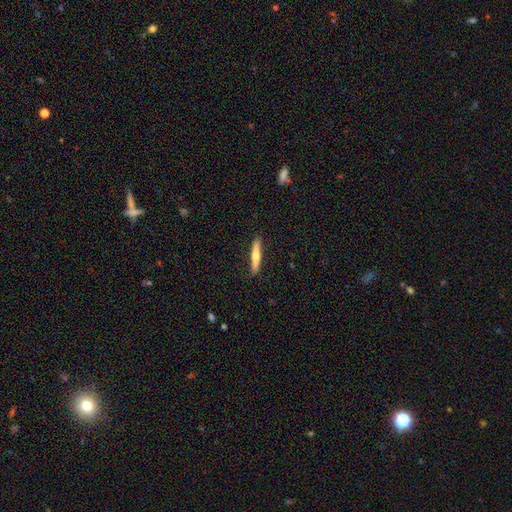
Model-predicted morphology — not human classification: Q: Smooth or featured?
A: smooth (54%); runner-up: featured or disk (41%)
Q: How rounded?
A: cigar-shaped (92%); runner-up: in between (6%)
Q: Merging?
A: none (89%); runner-up: minor disturbance (8%)